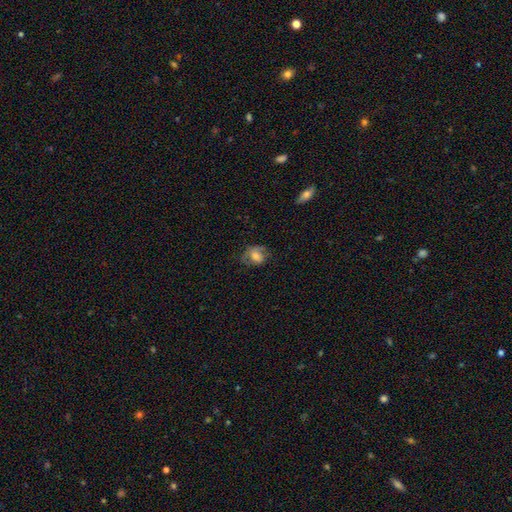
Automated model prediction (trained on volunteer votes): Morphology: type=smooth (58%); roundness=in between (58%); merging=none (57%).